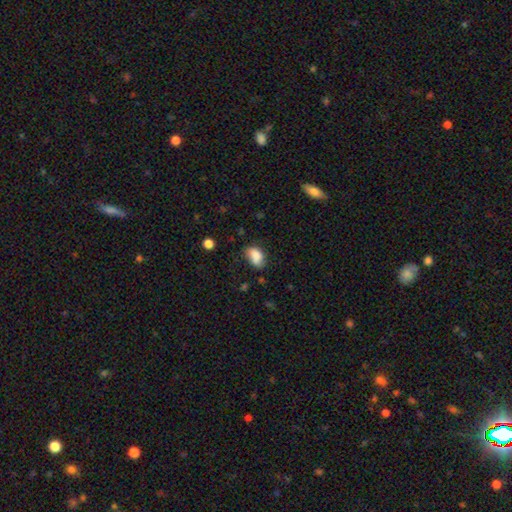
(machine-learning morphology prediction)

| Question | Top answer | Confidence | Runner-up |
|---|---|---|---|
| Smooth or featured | smooth | 78% | featured or disk (12%) |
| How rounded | in between | 86% | round (12%) |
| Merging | none | 46% | minor disturbance (32%) |